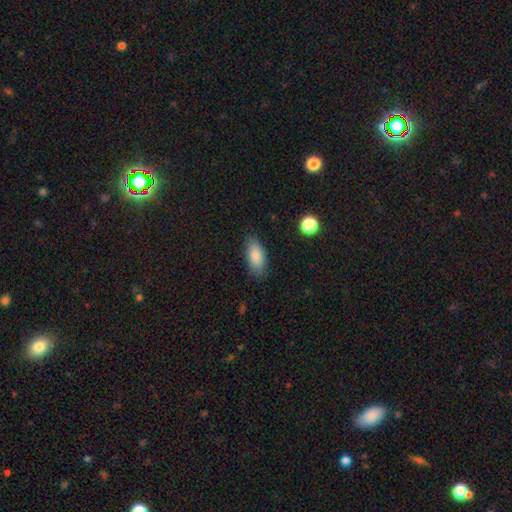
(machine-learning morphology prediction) smooth-or-featured: smooth: 86% | star or artifact: 7% | featured or disk: 7%
  how-rounded: in between: 88% | cigar-shaped: 10% | round: 3%
  merging: none: 84% | minor disturbance: 12% | major disturbance: 3% | merger: 1%